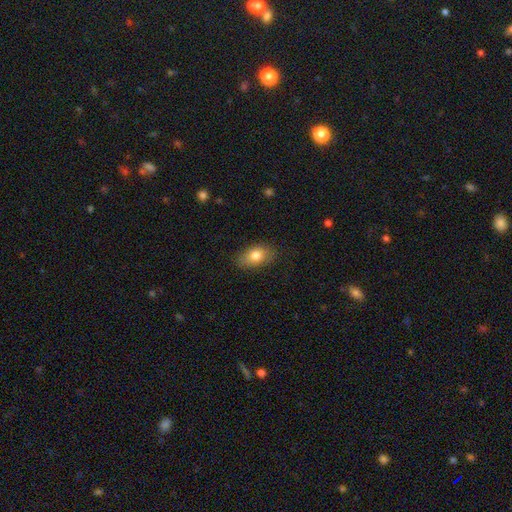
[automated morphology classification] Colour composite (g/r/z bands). It shows a smooth galaxy with no disk features (78%) that is in between round and cigar-shaped (89%). Merging: none (82%).